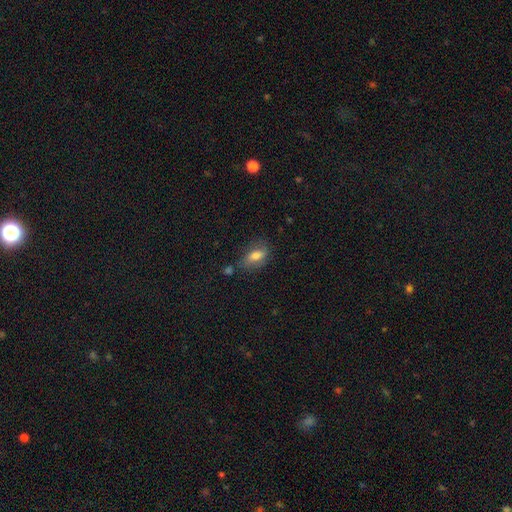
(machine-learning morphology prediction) smooth_or_featured: smooth (p=0.74) [alt: featured or disk p=0.18]
how_rounded: in between (p=0.85) [alt: cigar-shaped p=0.08]
merging: none (p=0.63) [alt: minor disturbance p=0.24]